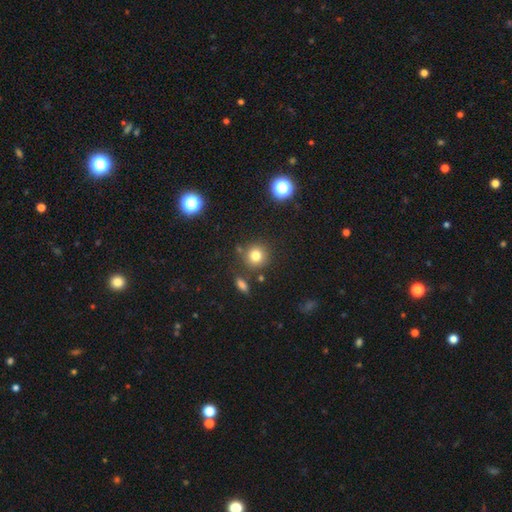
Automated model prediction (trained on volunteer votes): smooth 80%, star or artifact 13%, featured or disk 8%. Down the decision tree: how rounded — round (90%); merging — none (82%).